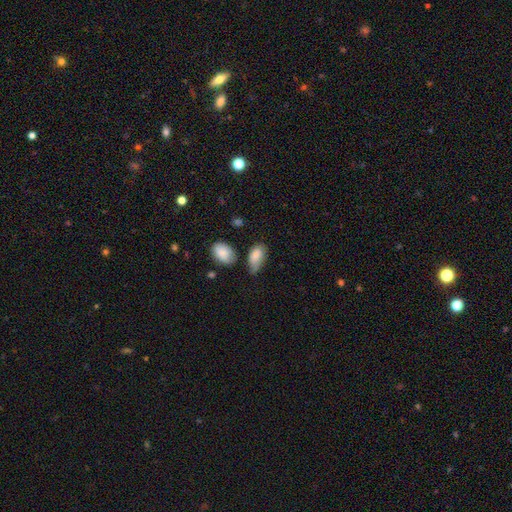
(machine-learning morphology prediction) Overall: smooth (83%). How rounded: in between (92%). Merging: minor disturbance (41%; none 35%).